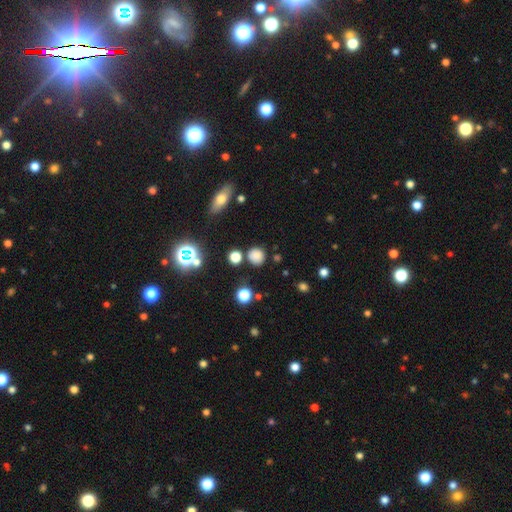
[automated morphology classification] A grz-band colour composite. It shows a smooth galaxy with no disk features (75%) that is round (88%). Merging: none (80%).